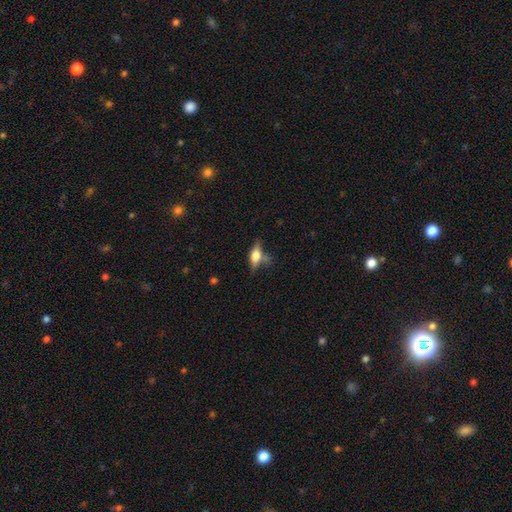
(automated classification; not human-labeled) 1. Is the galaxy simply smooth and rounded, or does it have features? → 51% smooth, 41% featured or disk, 9% star or artifact.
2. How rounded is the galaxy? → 61% in between, 34% cigar-shaped, 5% round.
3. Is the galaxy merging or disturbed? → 59% none, 20% minor disturbance, 13% merger, 8% major disturbance.